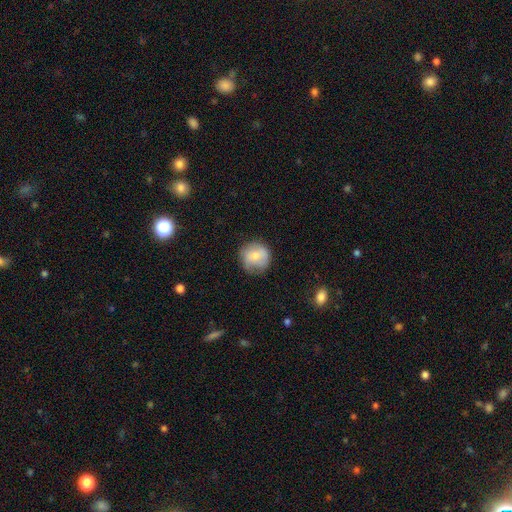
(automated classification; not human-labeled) The model was most divided on "smooth or featured": smooth: 68%, featured or disk: 24%, star or artifact: 8%. More confident: how rounded — round (90%); merging — none (70%).